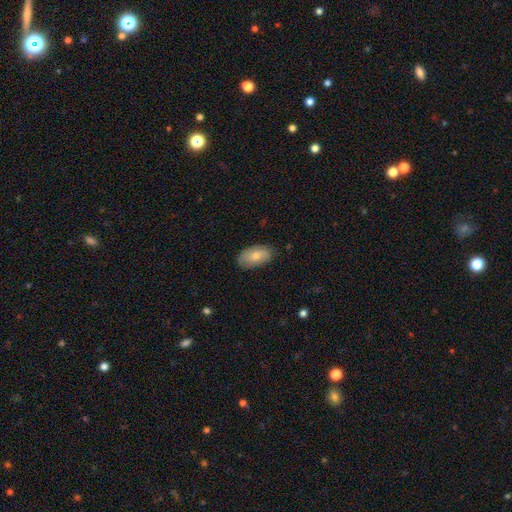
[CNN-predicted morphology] This is likely a smooth galaxy (75%). How rounded: clearly in between (94%). Merging: clearly none (82%).